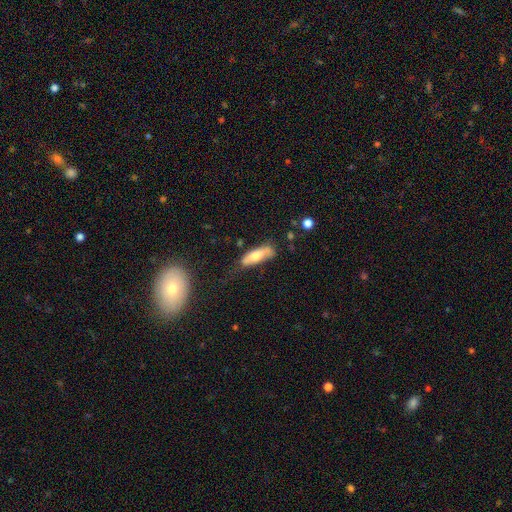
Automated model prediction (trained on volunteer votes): A smooth galaxy with no disk features (65%) that is in between round and cigar-shaped (56%).

Vote fractions:
- Smooth or featured? smooth: 65% / featured or disk: 29% / star or artifact: 6%
- How rounded? in between: 56% / cigar-shaped: 42% / round: 2%
- Merging? none: 58% / minor disturbance: 28% / major disturbance: 10% / merger: 4%